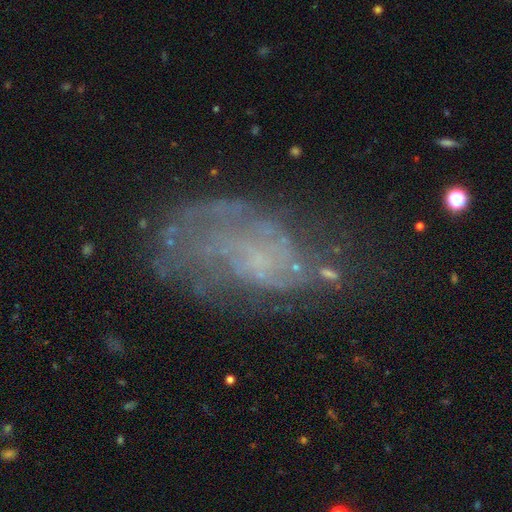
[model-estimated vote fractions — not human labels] Overall: featured or disk (69%). Edge-on disk: no (97%). Bar: no (76%). Spiral arms: yes (68%; no 32%). Bulge size: none (60%; small 31%). Merging: none (49%; major disturbance 24%).